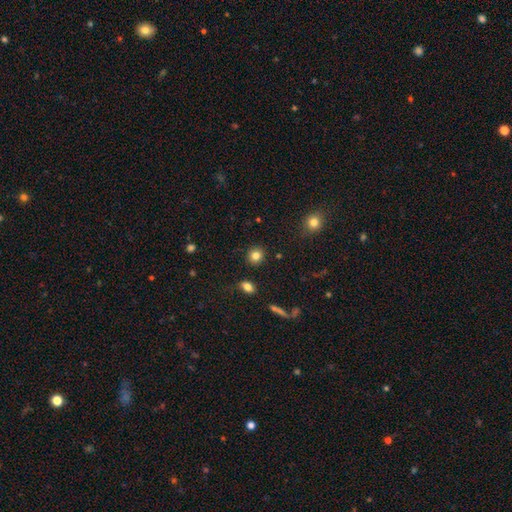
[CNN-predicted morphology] A smooth galaxy with no disk features (83%) that is round (86%).

Vote fractions:
- Smooth or featured? smooth: 83% / star or artifact: 11% / featured or disk: 7%
- How rounded? round: 86% / in between: 13% / cigar-shaped: 1%
- Merging? none: 90% / minor disturbance: 6% / major disturbance: 2% / merger: 2%